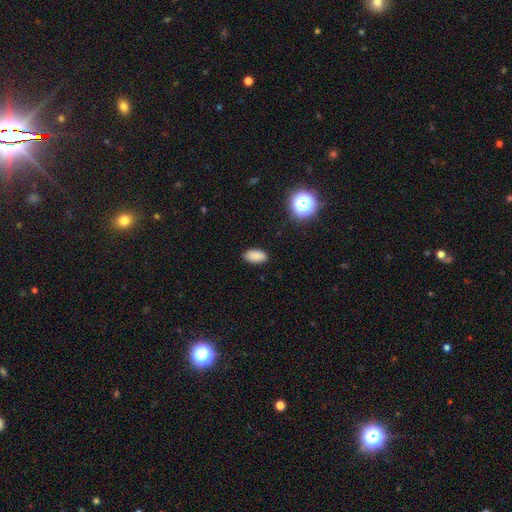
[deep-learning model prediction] Smooth or featured?
  - smooth: 85% *
  - star or artifact: 11%
  - featured or disk: 4%
How rounded?
  - in between: 92% *
  - round: 4%
  - cigar-shaped: 3%
Merging?
  - none: 86% *
  - minor disturbance: 10%
  - major disturbance: 2%
  - merger: 1%